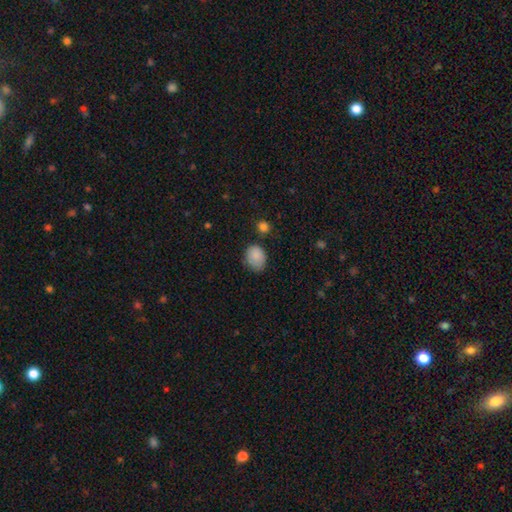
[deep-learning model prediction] A smooth galaxy with no disk features (86%) that is in between round and cigar-shaped (53%). Merging: none (61%).